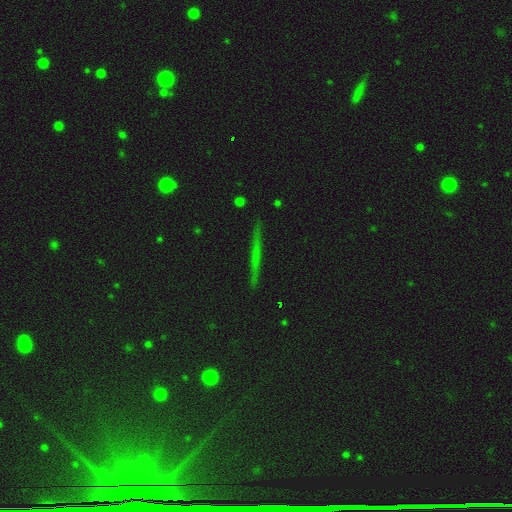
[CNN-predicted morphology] A featured or disk galaxy (41%).

Vote fractions:
- Smooth or featured? featured or disk: 41% / smooth: 35% / star or artifact: 23%
- Merging? none: 90% / minor disturbance: 7% / major disturbance: 2% / merger: 2%